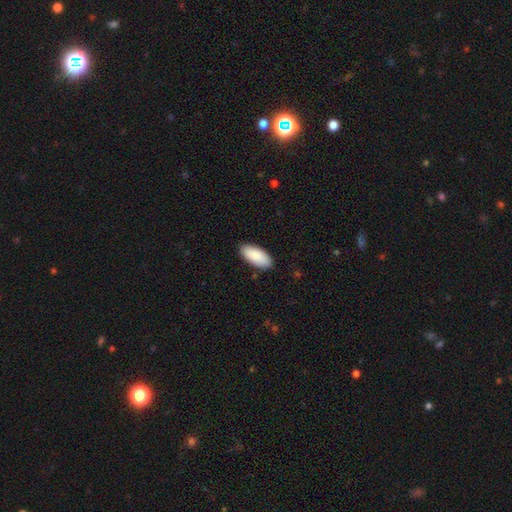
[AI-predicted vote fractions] The model was most divided on "merging": none: 88%, minor disturbance: 10%, major disturbance: 2%, merger: 1%. More confident: smooth or featured — smooth (90%); how rounded — in between (90%).